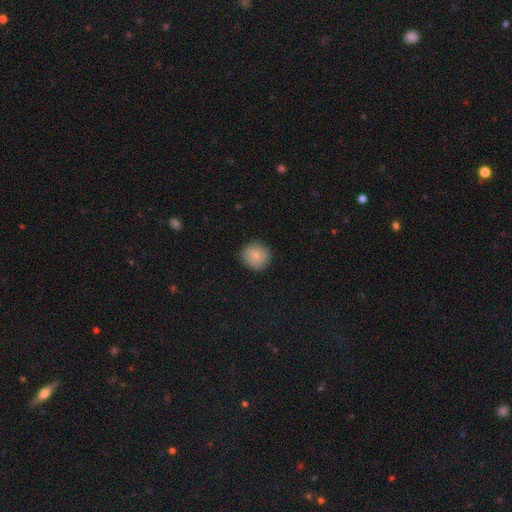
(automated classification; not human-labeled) This appears to be a smooth galaxy with no disk features (84%) that is round (92%). Merging: none (89%).